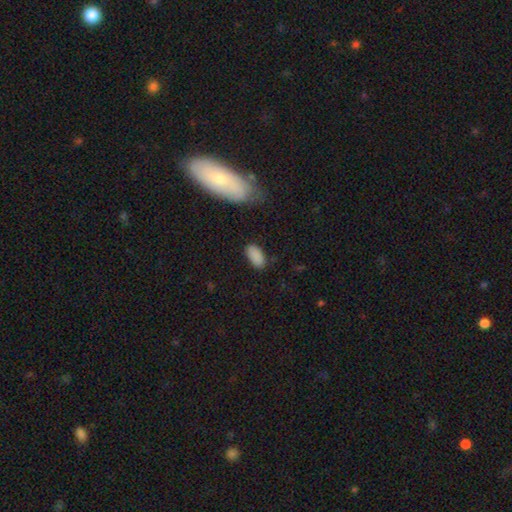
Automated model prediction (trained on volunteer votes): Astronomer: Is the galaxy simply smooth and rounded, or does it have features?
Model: smooth — 87%.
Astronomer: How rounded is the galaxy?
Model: in between — 94%.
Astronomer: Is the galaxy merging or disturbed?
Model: none — 80%.